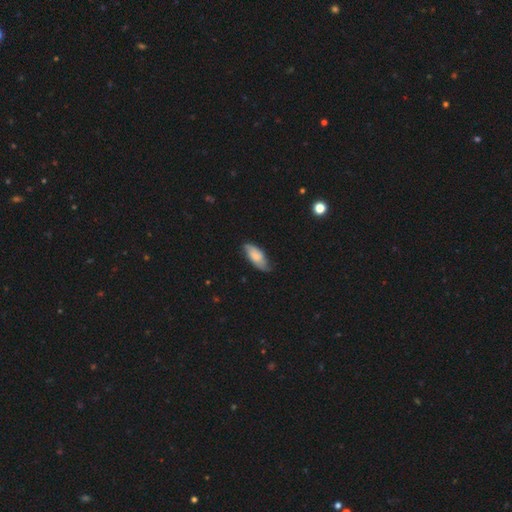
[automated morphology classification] The model was most divided on "smooth or featured": smooth: 64%, featured or disk: 29%, star or artifact: 7%. More confident: how rounded — in between (82%); merging — none (66%).